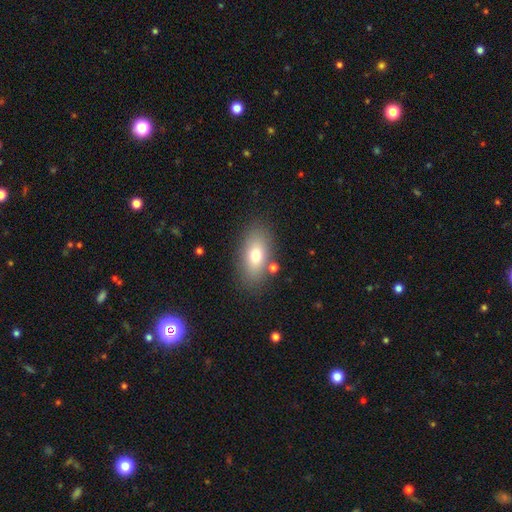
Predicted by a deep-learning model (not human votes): Morphology: type=smooth (74%); roundness=in between (88%); merging=none (81%).